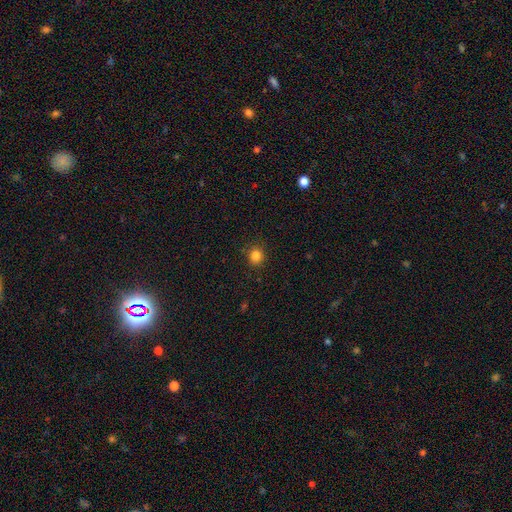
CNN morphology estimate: The model was most divided on "smooth or featured": smooth: 84%, star or artifact: 12%, featured or disk: 4%. More confident: merging — none (89%); how rounded — round (88%).